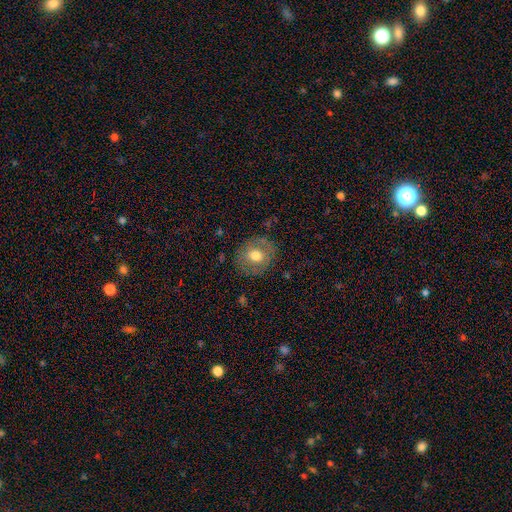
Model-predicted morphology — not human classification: smooth_or_featured: smooth (p=0.62) [alt: featured or disk p=0.30]
how_rounded: round (p=0.76) [alt: in between p=0.23]
merging: none (p=0.82) [alt: minor disturbance p=0.12]